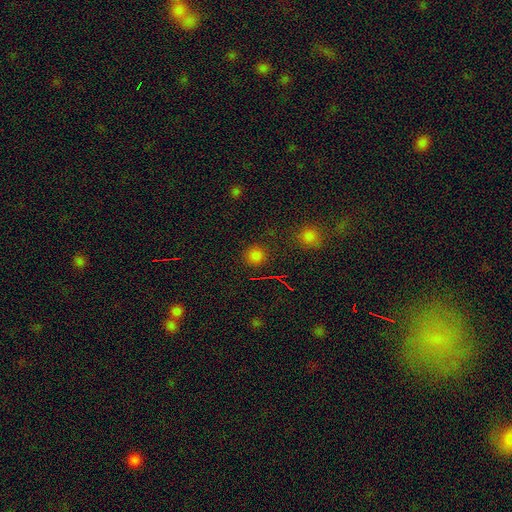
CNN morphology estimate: smooth-or-featured: smooth: 76% | star or artifact: 19% | featured or disk: 5%
  how-rounded: round: 92% | in between: 7% | cigar-shaped: 1%
  merging: none: 87% | minor disturbance: 7% | major disturbance: 3% | merger: 3%